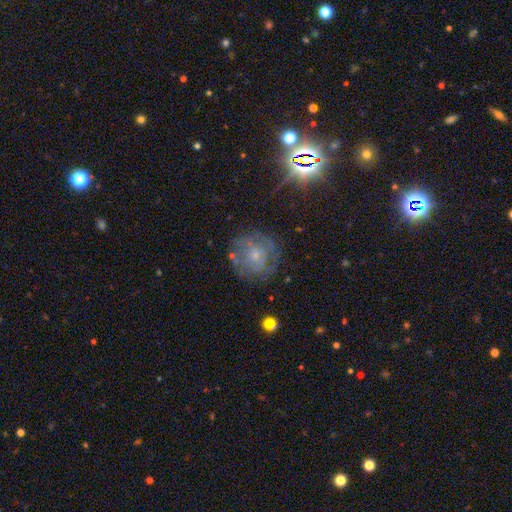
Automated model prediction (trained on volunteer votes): A featured or disk galaxy (52%) with no bar (84%), no spiral arms (53%) and a small central bulge (59%).

Vote fractions:
- Smooth or featured? featured or disk: 52% / smooth: 33% / star or artifact: 14%
- Edge-on disk? no: 97% / yes: 3%
- Bar? no: 84% / weak: 14% / strong: 3%
- Spiral arms? no: 53% / yes: 47%
- Bulge size? small: 59% / moderate: 32% / none: 6% / large: 2% / dominant: 1%
- Merging? none: 70% / minor disturbance: 17% / major disturbance: 10% / merger: 2%